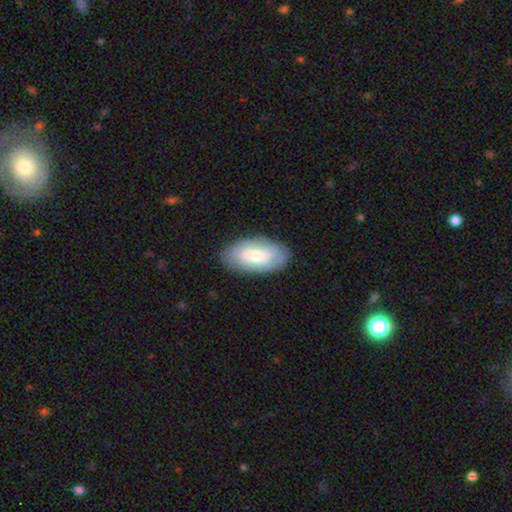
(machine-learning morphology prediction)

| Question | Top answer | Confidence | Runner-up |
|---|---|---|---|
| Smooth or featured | smooth | 59% | featured or disk (35%) |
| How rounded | in between | 93% | cigar-shaped (4%) |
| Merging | none | 82% | minor disturbance (13%) |